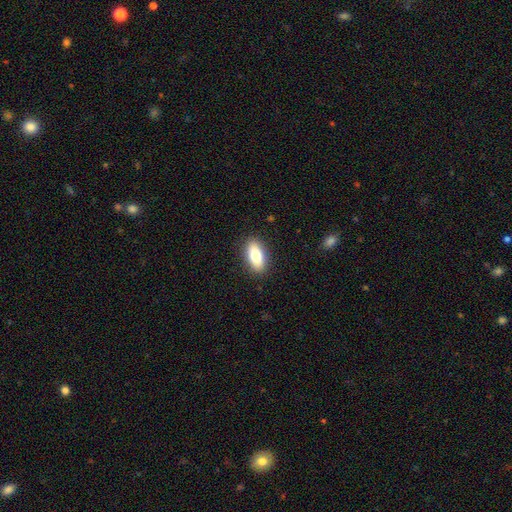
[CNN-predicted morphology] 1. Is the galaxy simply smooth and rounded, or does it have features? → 77% smooth, 16% featured or disk, 7% star or artifact.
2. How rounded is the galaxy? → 85% in between, 11% cigar-shaped, 4% round.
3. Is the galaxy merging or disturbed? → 89% none, 8% minor disturbance, 2% major disturbance, 1% merger.